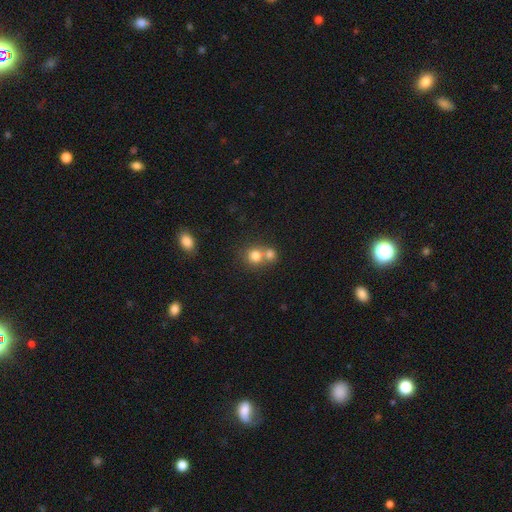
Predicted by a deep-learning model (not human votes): smooth-or-featured: smooth: 77% | featured or disk: 12% | star or artifact: 11%
  how-rounded: round: 82% | in between: 17% | cigar-shaped: 1%
  merging: merger: 53% | none: 38% | minor disturbance: 6% | major disturbance: 3%